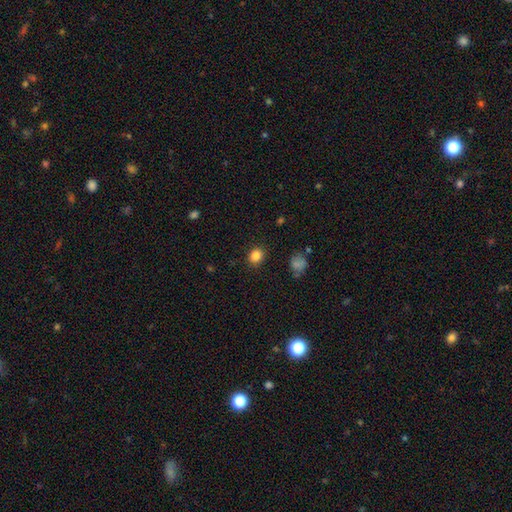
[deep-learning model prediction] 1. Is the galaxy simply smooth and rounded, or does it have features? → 84% smooth, 11% star or artifact, 4% featured or disk.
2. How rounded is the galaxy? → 67% round, 32% in between, 1% cigar-shaped.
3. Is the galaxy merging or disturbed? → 88% none, 8% minor disturbance, 3% major disturbance, 1% merger.